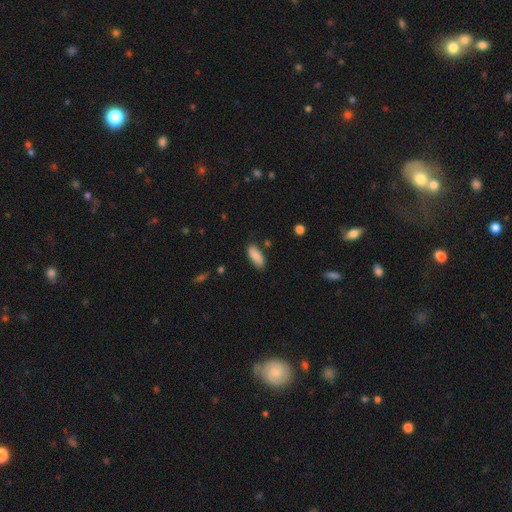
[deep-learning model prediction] A smooth galaxy with no disk features (87%) that is in between round and cigar-shaped (78%).

Vote fractions:
- Smooth or featured? smooth: 87% / featured or disk: 7% / star or artifact: 6%
- How rounded? in between: 78% / cigar-shaped: 20% / round: 2%
- Merging? none: 82% / minor disturbance: 13% / major disturbance: 2% / merger: 2%